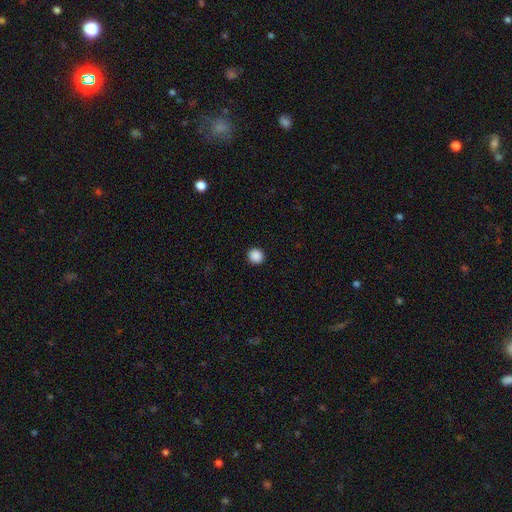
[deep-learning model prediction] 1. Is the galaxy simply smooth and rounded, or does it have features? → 89% smooth, 9% star or artifact, 2% featured or disk.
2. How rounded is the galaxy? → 90% round, 9% in between, 1% cigar-shaped.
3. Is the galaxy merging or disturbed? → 93% none, 4% minor disturbance, 2% major disturbance, 1% merger.